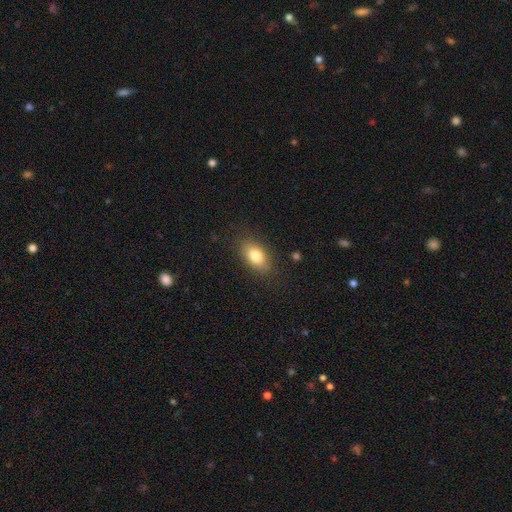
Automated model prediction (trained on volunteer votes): Q: Smooth or featured?
A: smooth (80%); runner-up: featured or disk (12%)
Q: How rounded?
A: in between (88%); runner-up: round (8%)
Q: Merging?
A: none (84%); runner-up: minor disturbance (11%)